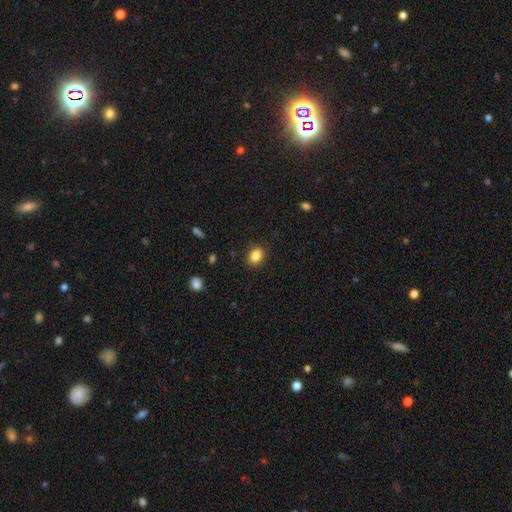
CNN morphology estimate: The model was most divided on "how rounded": in between: 63%, round: 36%, cigar-shaped: 1%. More confident: merging — none (87%); smooth or featured — smooth (85%).